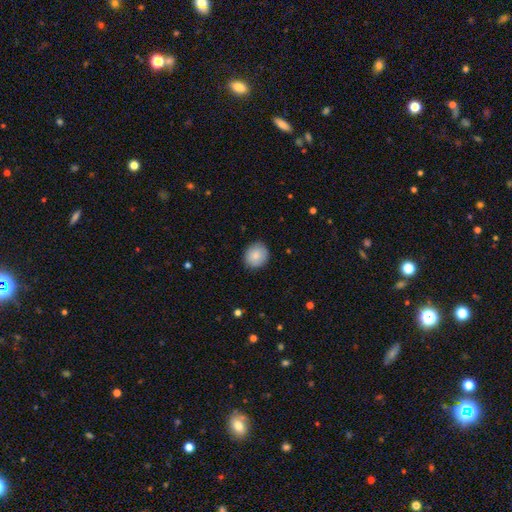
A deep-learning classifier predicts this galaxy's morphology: smooth_or_featured: smooth (p=0.85) [alt: featured or disk p=0.08]
how_rounded: round (p=0.76) [alt: in between p=0.23]
merging: none (p=0.87) [alt: minor disturbance p=0.10]